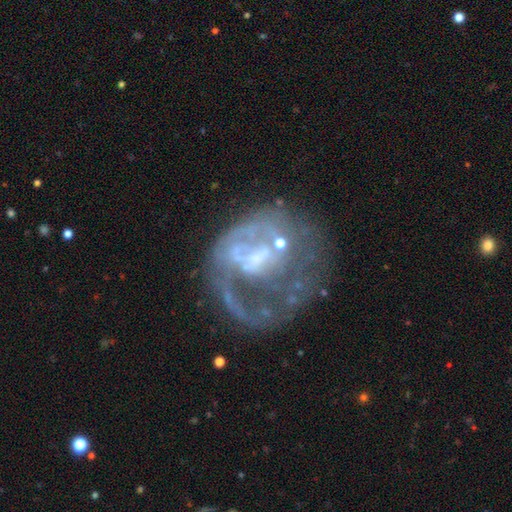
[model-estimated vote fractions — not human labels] smooth_or_featured: featured or disk (p=0.73) [alt: smooth p=0.16]
disk_edge_on: no (p=0.98) [alt: yes p=0.02]
bar: no (p=0.62) [alt: weak p=0.29]
has_spiral_arms: no (p=0.56) [alt: yes p=0.44]
bulge_size: none (p=0.40) [alt: small p=0.28]
merging: major disturbance (p=0.44) [alt: none p=0.33]